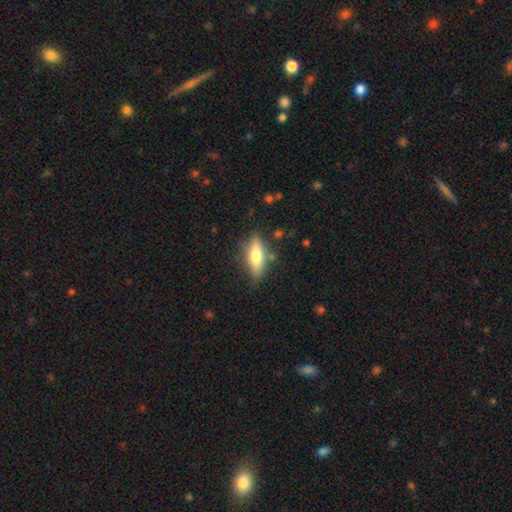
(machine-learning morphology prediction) Q: Smooth or featured?
A: smooth (60%); runner-up: featured or disk (34%)
Q: How rounded?
A: in between (52%); runner-up: cigar-shaped (45%)
Q: Merging?
A: none (78%); runner-up: minor disturbance (15%)